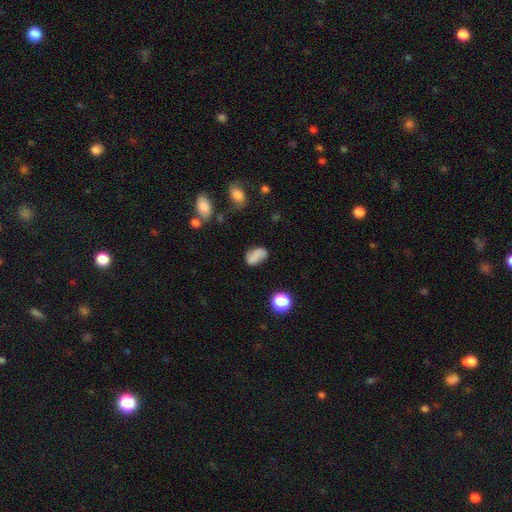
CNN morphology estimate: Overall: smooth (62%; featured or disk 26%). How rounded: in between (85%). Merging: none (61%; minor disturbance 24%).